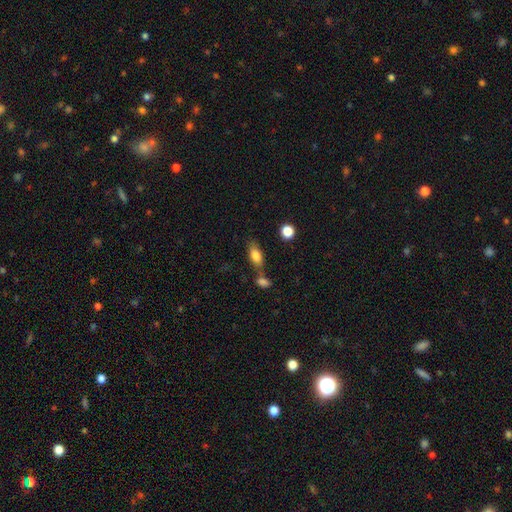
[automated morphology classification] A smooth galaxy with no disk features (79%) that is in between round and cigar-shaped (82%).

Vote fractions:
- Smooth or featured? smooth: 79% / featured or disk: 13% / star or artifact: 8%
- How rounded? in between: 82% / cigar-shaped: 13% / round: 5%
- Merging? none: 58% / merger: 22% / minor disturbance: 14% / major disturbance: 5%